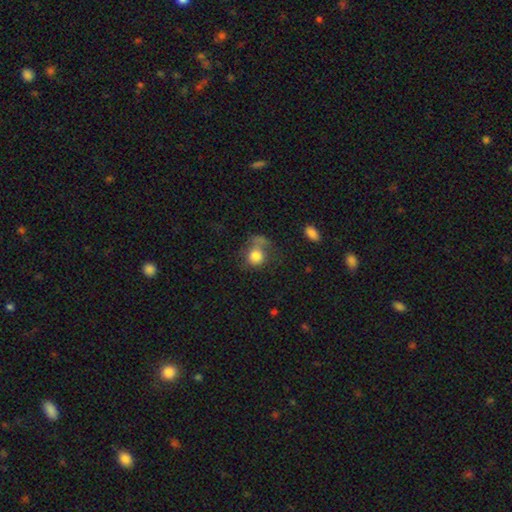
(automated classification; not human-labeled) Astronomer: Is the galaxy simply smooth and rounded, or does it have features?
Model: smooth — 78%.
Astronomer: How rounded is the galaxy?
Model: round — 75%.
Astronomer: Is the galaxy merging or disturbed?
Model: none — 38% (runner-up: major disturbance, 24%).